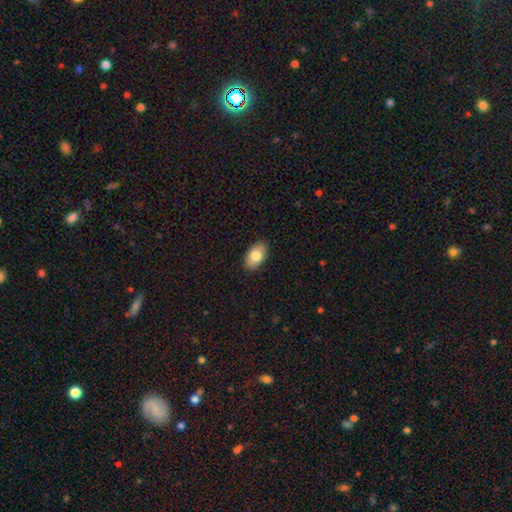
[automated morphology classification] Smooth or featured? smooth (81%)
How rounded? in between (93%)
Merging? none (89%)